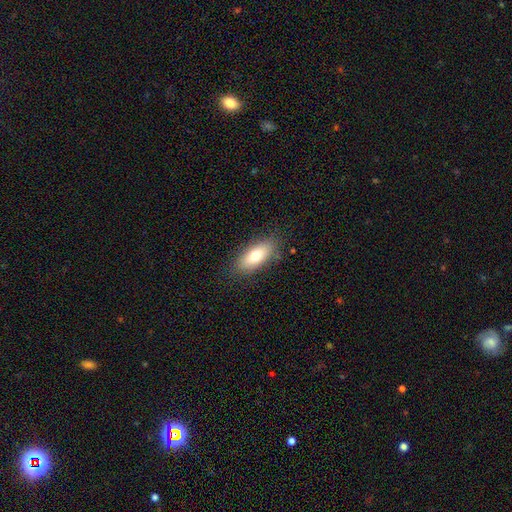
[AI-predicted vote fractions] The model was most divided on "smooth or featured": smooth: 72%, featured or disk: 20%, star or artifact: 8%. More confident: merging — none (84%); how rounded — in between (81%).